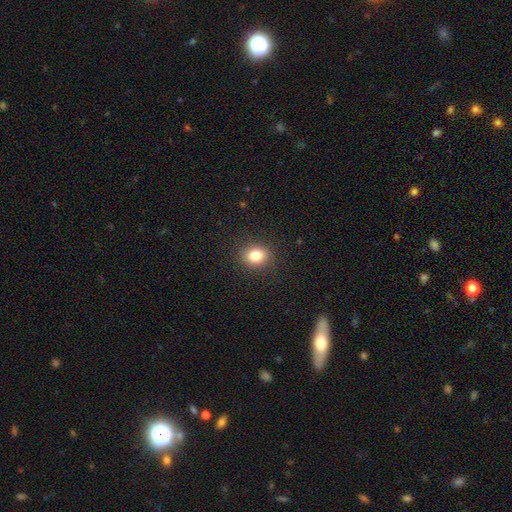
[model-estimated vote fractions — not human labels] This appears to be a smooth galaxy with no disk features (82%) that is round (59%). Merging: none (89%).